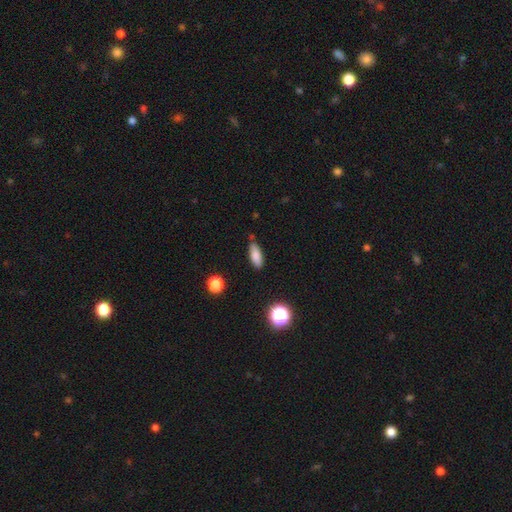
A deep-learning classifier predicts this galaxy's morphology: smooth 83%, star or artifact 9%, featured or disk 8%. Down the decision tree: how rounded — in between (69%); merging — none (75%).